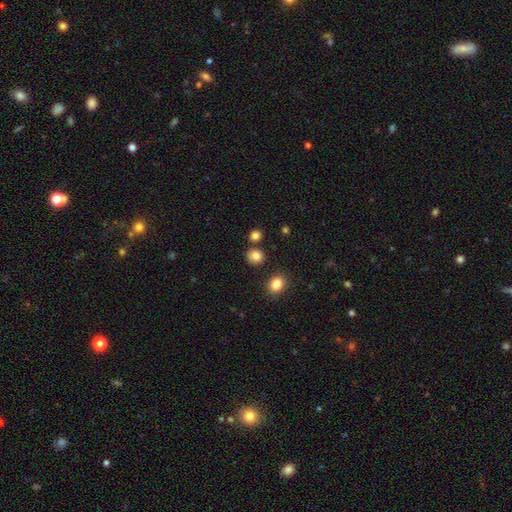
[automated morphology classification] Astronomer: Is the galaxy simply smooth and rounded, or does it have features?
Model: smooth — 83%.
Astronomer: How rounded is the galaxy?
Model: round — 80%.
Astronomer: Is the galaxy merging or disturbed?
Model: none — 82%.